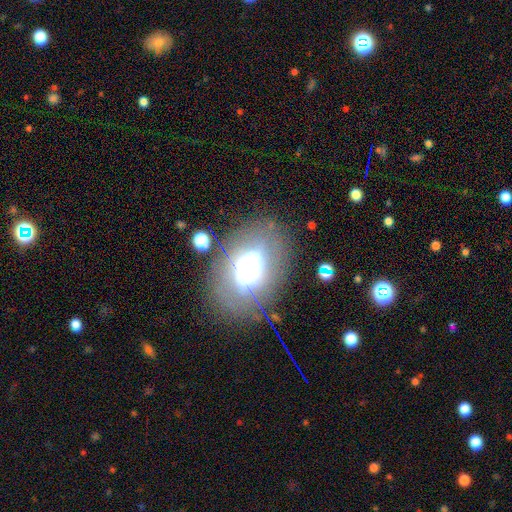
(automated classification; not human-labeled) Smooth or featured?
  - smooth: 46% *
  - featured or disk: 40%
  - star or artifact: 14%
Merging?
  - none: 75% *
  - minor disturbance: 16%
  - major disturbance: 7%
  - merger: 3%